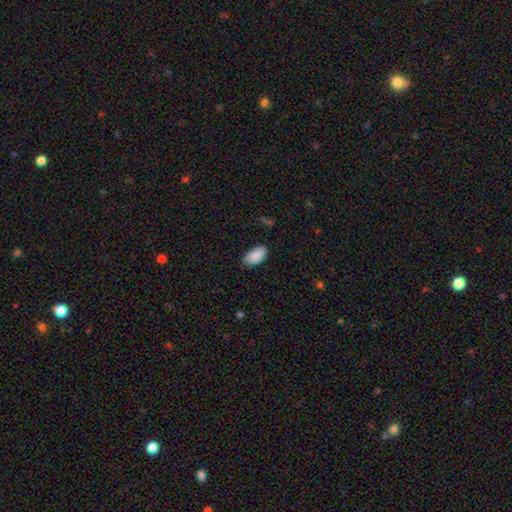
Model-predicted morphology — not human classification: Smooth or featured? Predicted: smooth (p=0.90). How rounded? Predicted: in between (p=0.95). Merging? Predicted: none (p=0.82).